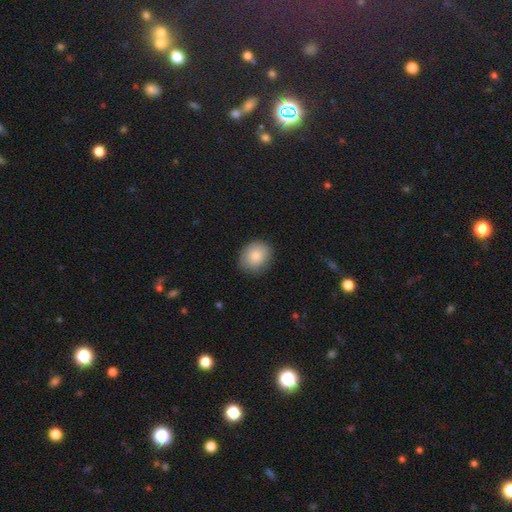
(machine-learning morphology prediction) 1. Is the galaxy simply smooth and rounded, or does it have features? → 83% smooth, 10% featured or disk, 7% star or artifact.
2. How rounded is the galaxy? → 68% round, 31% in between, 1% cigar-shaped.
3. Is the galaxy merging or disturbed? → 82% none, 14% minor disturbance, 3% major disturbance, 1% merger.